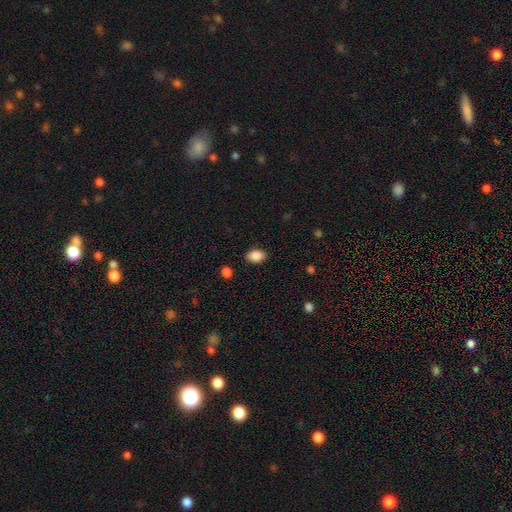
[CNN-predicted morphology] Smooth or featured? Predicted: smooth (p=0.88). How rounded? Predicted: in between (p=0.84). Merging? Predicted: none (p=0.86).